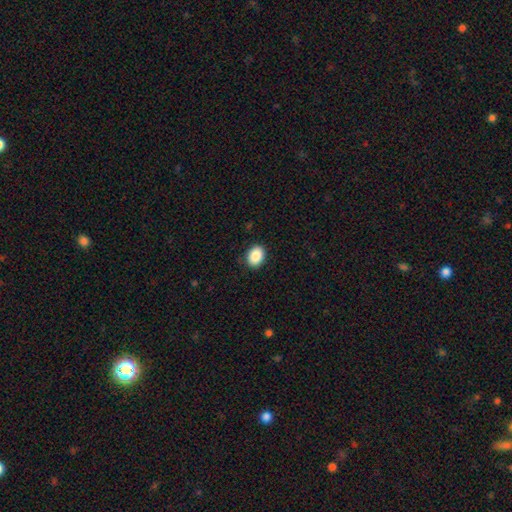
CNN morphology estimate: A smooth galaxy with no disk features (89%) that is in between round and cigar-shaped (68%). Merging: none (88%).